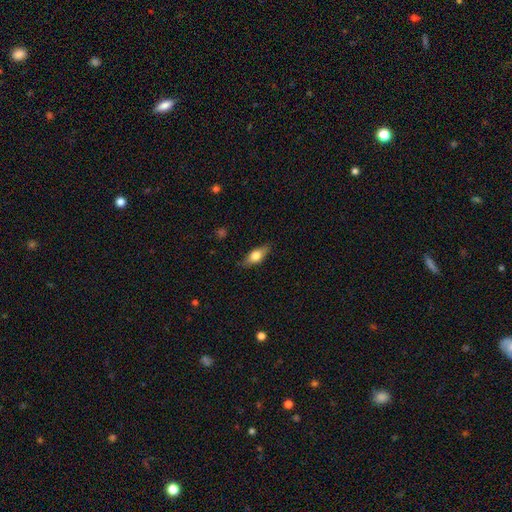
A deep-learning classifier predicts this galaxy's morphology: smooth 61%, featured or disk 32%, star or artifact 7%. Down the decision tree: how rounded — in between (69%); merging — none (84%).